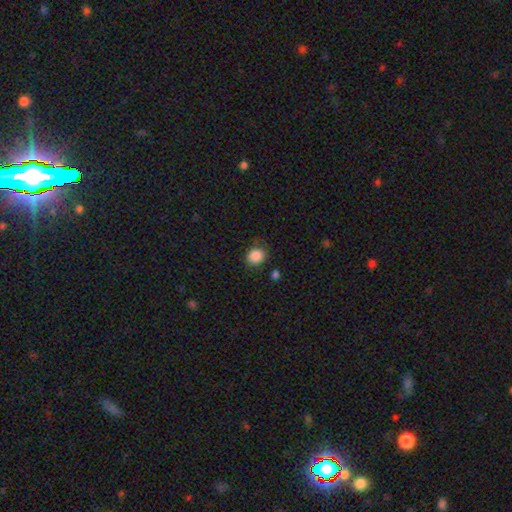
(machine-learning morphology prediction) Overall: smooth (87%). How rounded: round (64%; in between 35%). Merging: none (77%).